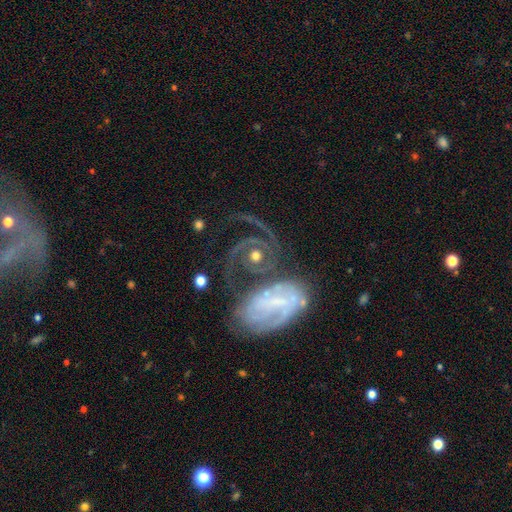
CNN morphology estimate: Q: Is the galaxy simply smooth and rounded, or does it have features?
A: featured or disk — 84%.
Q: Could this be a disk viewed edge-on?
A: no — 97%.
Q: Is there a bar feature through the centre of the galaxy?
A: no — 68%.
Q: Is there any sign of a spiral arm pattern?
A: yes — 95%.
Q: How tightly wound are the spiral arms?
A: tight — 45%.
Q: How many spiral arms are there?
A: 2 — 68%.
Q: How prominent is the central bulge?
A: moderate — 62%.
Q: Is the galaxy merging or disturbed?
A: none — 52%.